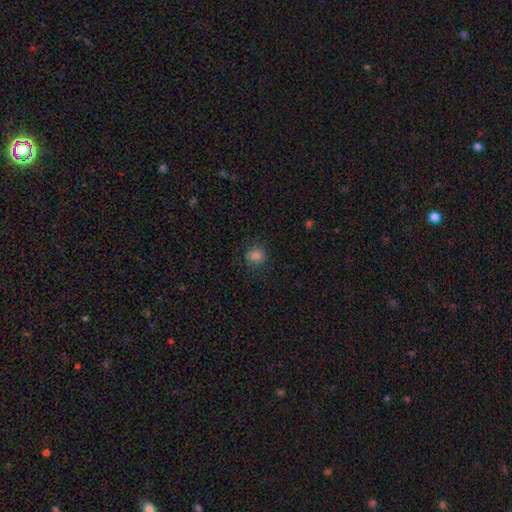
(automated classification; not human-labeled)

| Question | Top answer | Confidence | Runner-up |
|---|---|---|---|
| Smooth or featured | smooth | 82% | star or artifact (12%) |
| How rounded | round | 88% | in between (11%) |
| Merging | none | 85% | minor disturbance (11%) |